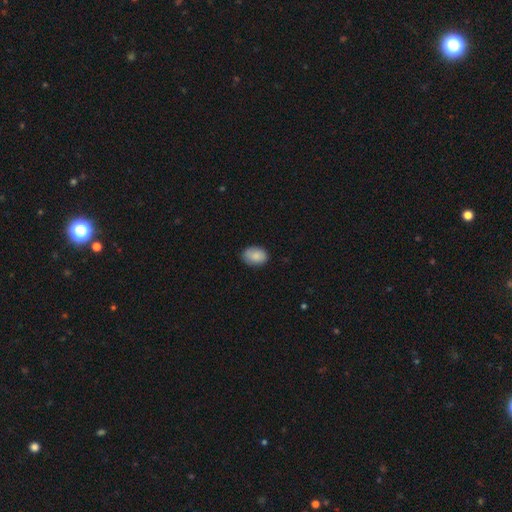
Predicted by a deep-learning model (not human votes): smooth-or-featured: smooth: 85% | featured or disk: 8% | star or artifact: 7%
  how-rounded: in between: 79% | round: 20% | cigar-shaped: 1%
  merging: none: 82% | minor disturbance: 14% | major disturbance: 3% | merger: 1%